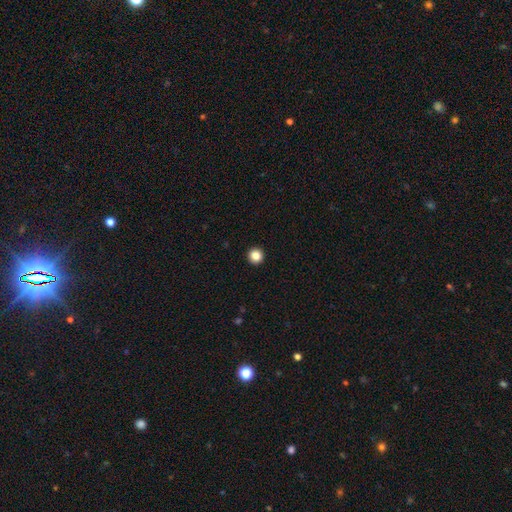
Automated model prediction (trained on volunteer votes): Overall: smooth (85%). How rounded: round (96%). Merging: none (94%).